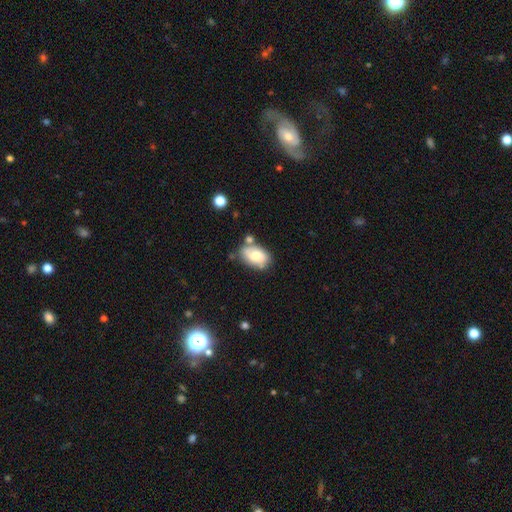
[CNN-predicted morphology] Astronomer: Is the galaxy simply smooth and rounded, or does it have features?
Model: smooth — 64%.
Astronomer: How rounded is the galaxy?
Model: in between — 87%.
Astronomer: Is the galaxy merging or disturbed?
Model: none — 56%.